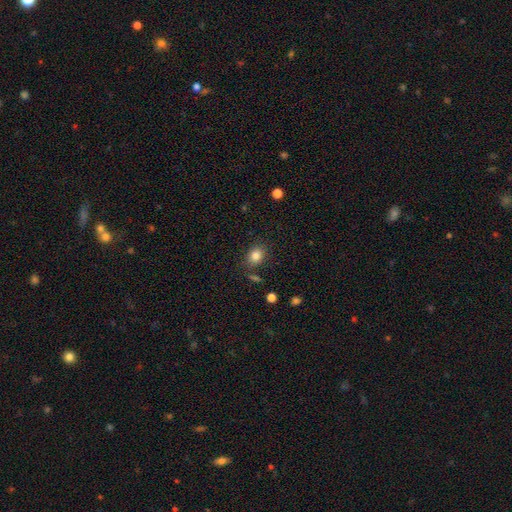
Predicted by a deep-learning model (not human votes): A smooth galaxy with no disk features (83%) that is in between round and cigar-shaped (56%).

Vote fractions:
- Smooth or featured? smooth: 83% / star or artifact: 10% / featured or disk: 6%
- How rounded? in between: 56% / round: 43% / cigar-shaped: 1%
- Merging? none: 79% / minor disturbance: 12% / merger: 5% / major disturbance: 4%